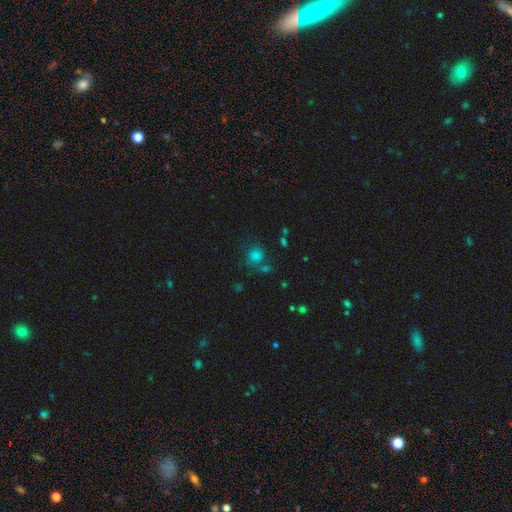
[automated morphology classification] A smooth galaxy with no disk features (72%) that is round (86%).

Vote fractions:
- Smooth or featured? smooth: 72% / star or artifact: 21% / featured or disk: 7%
- How rounded? round: 86% / in between: 13% / cigar-shaped: 1%
- Merging? none: 66% / merger: 14% / minor disturbance: 13% / major disturbance: 7%